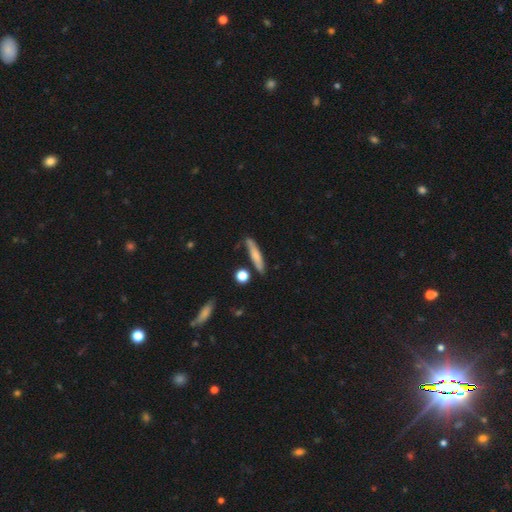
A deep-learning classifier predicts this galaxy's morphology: A smooth galaxy with no disk features (69%) that is cigar-shaped (87%). Merging: none (77%).